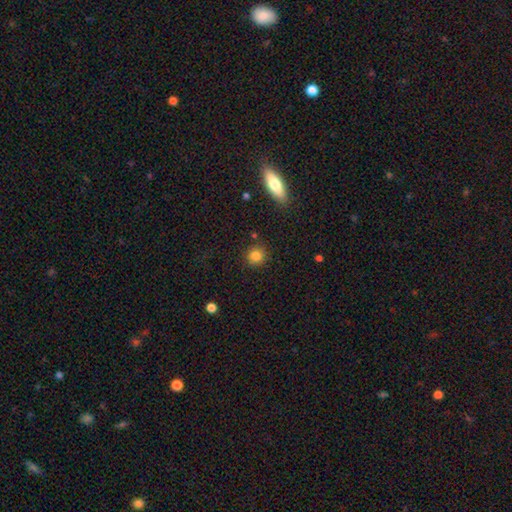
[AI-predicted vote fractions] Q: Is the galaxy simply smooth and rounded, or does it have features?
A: smooth — 84%.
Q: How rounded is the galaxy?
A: round — 89%.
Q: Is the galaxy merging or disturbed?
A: none — 87%.